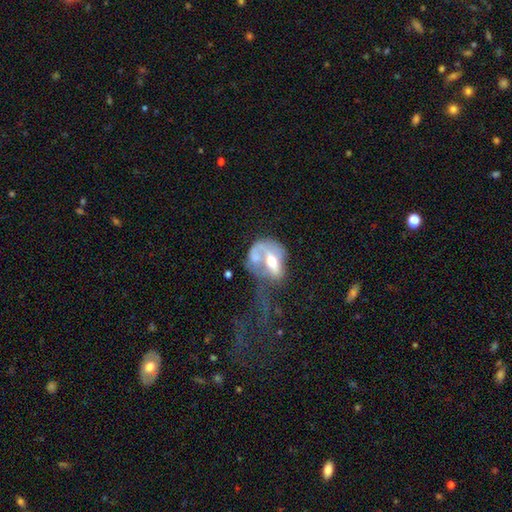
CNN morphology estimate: Q: Smooth or featured?
A: featured or disk (57%); runner-up: smooth (36%)
Q: Edge-on disk?
A: no (93%); runner-up: yes (7%)
Q: Bar?
A: no (57%); runner-up: weak (26%)
Q: Spiral arms?
A: no (66%); runner-up: yes (34%)
Q: Bulge size?
A: moderate (71%); runner-up: small (14%)
Q: Merging?
A: merger (35%); tied with: major disturbance (35%)